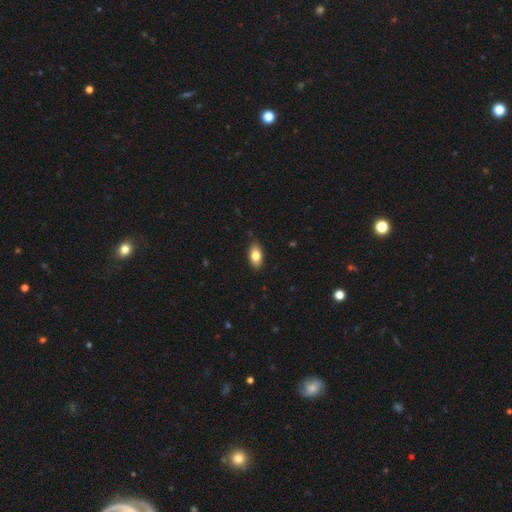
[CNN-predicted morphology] A smooth galaxy with no disk features (81%) that is in between round and cigar-shaped (91%).

Vote fractions:
- Smooth or featured? smooth: 81% / featured or disk: 12% / star or artifact: 7%
- How rounded? in between: 91% / round: 5% / cigar-shaped: 4%
- Merging? none: 87% / minor disturbance: 10% / major disturbance: 2% / merger: 1%